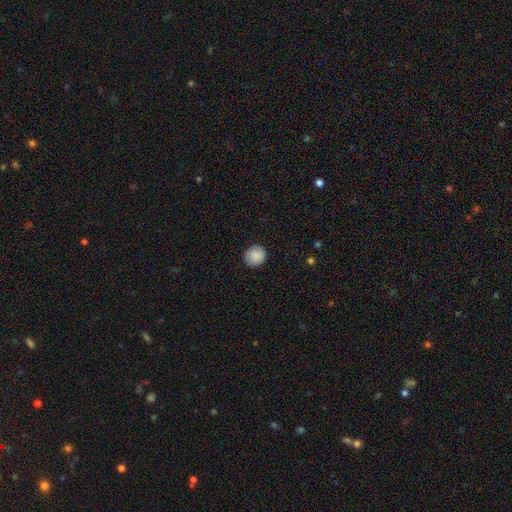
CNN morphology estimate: Smooth or featured: smooth — 87% (star or artifact — 7%)
How rounded: round — 86% (in between — 13%)
Merging: none — 89% (minor disturbance — 8%)